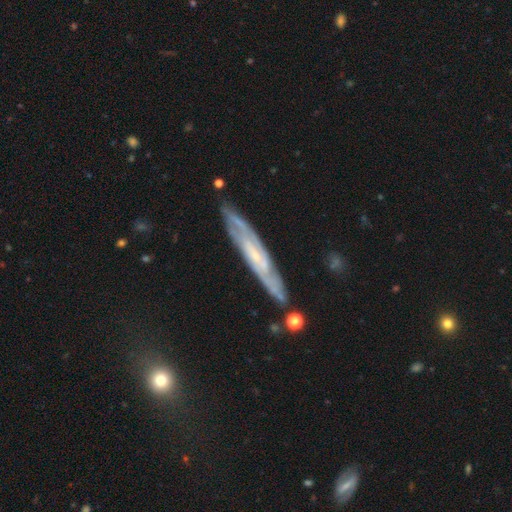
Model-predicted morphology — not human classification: smooth_or_featured: featured or disk (p=0.78) [alt: smooth p=0.16]
disk_edge_on: no (p=0.52) [alt: yes p=0.48]
merging: none (p=0.81) [alt: minor disturbance p=0.13]